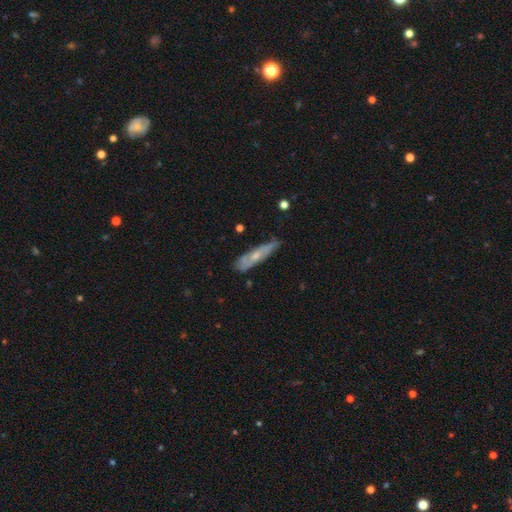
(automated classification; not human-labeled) Q: Smooth or featured?
A: featured or disk (54%); runner-up: smooth (40%)
Q: Edge-on disk?
A: yes (55%); runner-up: no (45%)
Q: Merging?
A: none (70%); runner-up: minor disturbance (23%)